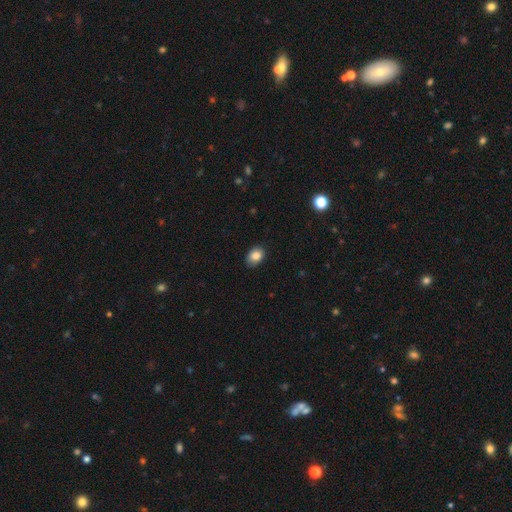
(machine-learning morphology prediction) smooth 85%, star or artifact 8%, featured or disk 6%. Down the decision tree: how rounded — in between (75%); merging — none (81%).